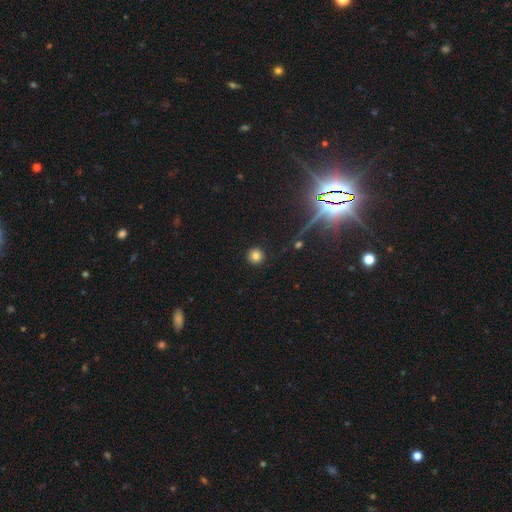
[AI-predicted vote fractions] This is likely a smooth galaxy (79%). How rounded: clearly round (94%). Merging: clearly none (92%).